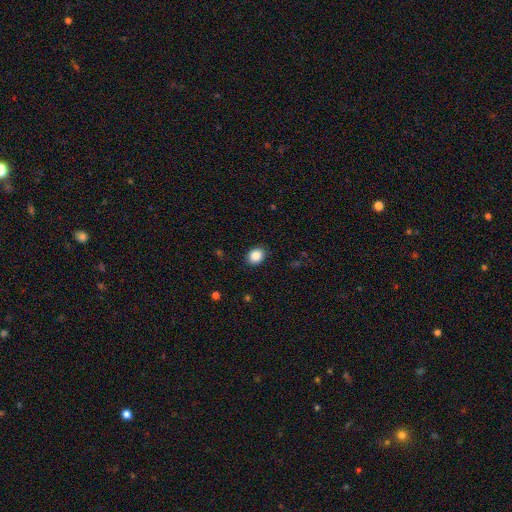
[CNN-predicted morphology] Overall: smooth (87%). How rounded: round (60%; in between 39%). Merging: none (89%).